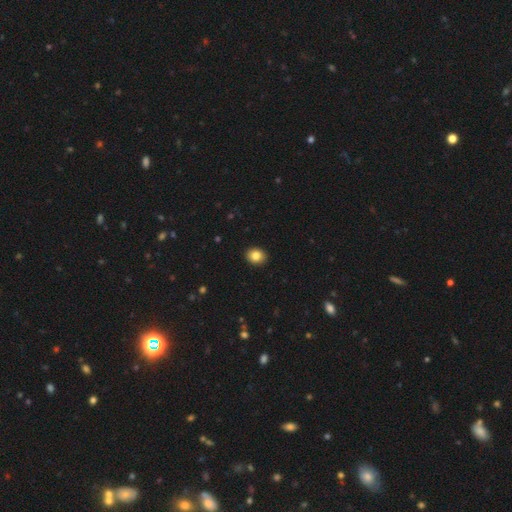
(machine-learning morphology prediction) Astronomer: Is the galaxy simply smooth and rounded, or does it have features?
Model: smooth — 85%.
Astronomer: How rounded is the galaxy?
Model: round — 55% (runner-up: in between, 44%).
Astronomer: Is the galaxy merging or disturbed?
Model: none — 92%.